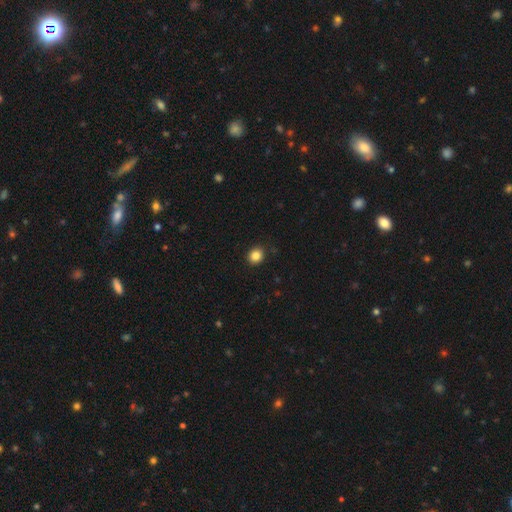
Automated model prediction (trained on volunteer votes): Smooth or featured? Predicted: smooth (p=0.85). How rounded? Predicted: round (p=0.80). Merging? Predicted: none (p=0.91).